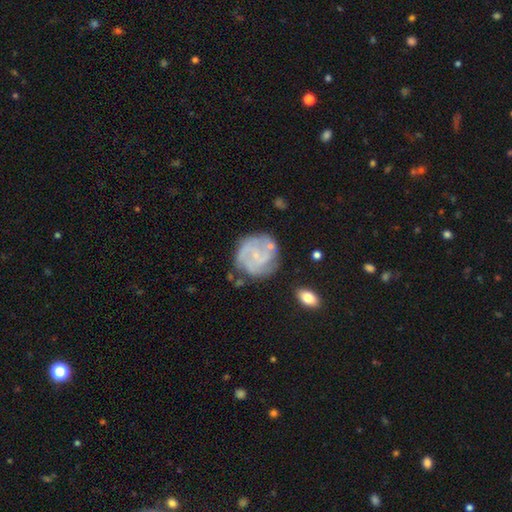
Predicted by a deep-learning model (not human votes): Smooth or featured: featured or disk — 74% (smooth — 20%)
Edge-on disk: no — 98% (yes — 2%)
Bar: no — 63% (weak — 32%)
Spiral arms: yes — 83% (no — 17%)
Spiral winding: tight — 48% (medium — 38%)
Spiral arm count: can't tell — 34% (2 — 28%)
Bulge size: small — 73% (none — 13%)
Merging: none — 64% (minor disturbance — 21%)